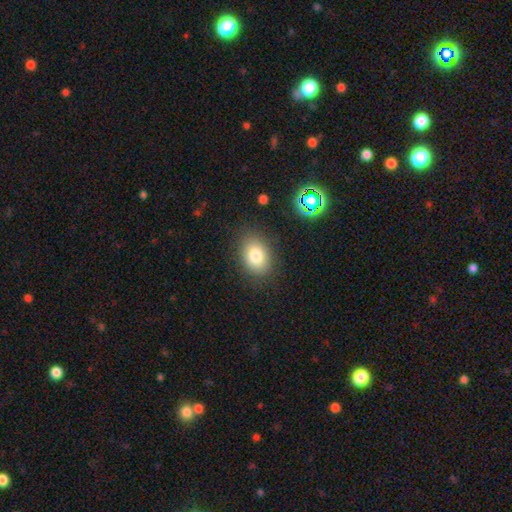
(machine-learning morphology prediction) smooth-or-featured: smooth: 80% | star or artifact: 11% | featured or disk: 9%
  how-rounded: in between: 71% | round: 28% | cigar-shaped: 1%
  merging: none: 84% | minor disturbance: 11% | major disturbance: 4% | merger: 1%